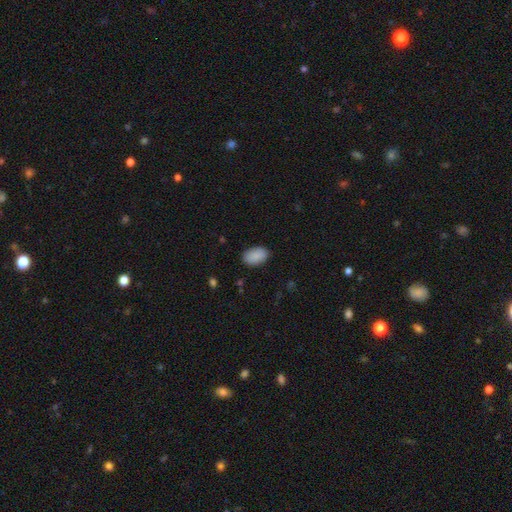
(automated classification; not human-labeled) This appears to be a smooth galaxy with no disk features (90%) that is in between round and cigar-shaped (92%). Merging: none (86%).